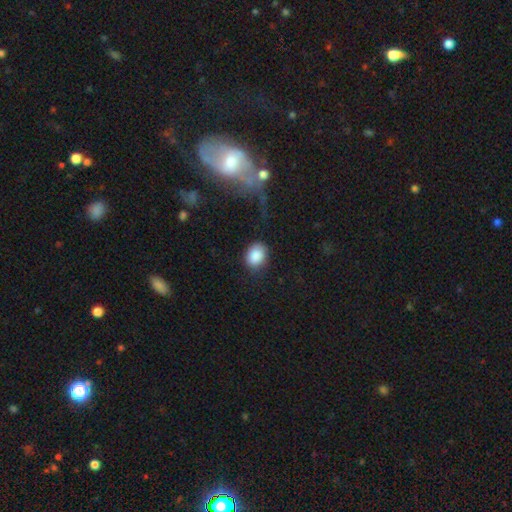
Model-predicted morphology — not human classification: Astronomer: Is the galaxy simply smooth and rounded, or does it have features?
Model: smooth — 88%.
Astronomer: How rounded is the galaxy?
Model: in between — 55% (runner-up: round, 44%).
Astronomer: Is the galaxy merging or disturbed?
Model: none — 75%.